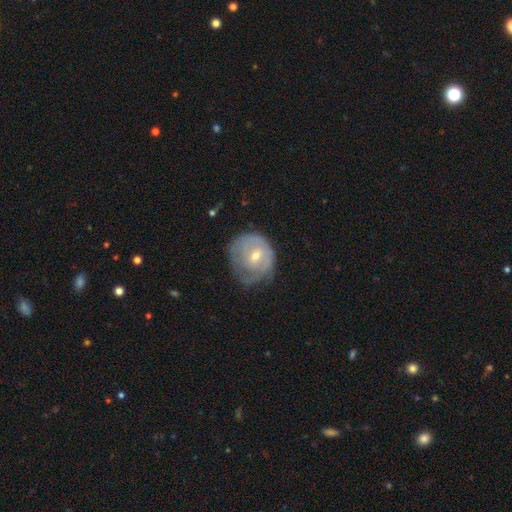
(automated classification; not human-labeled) Morphology: type=featured or disk (60%); edge-on=no (97%); bar=no (49%); spiral arms=yes (67%); bulge=moderate (50%); merging=none (51%).